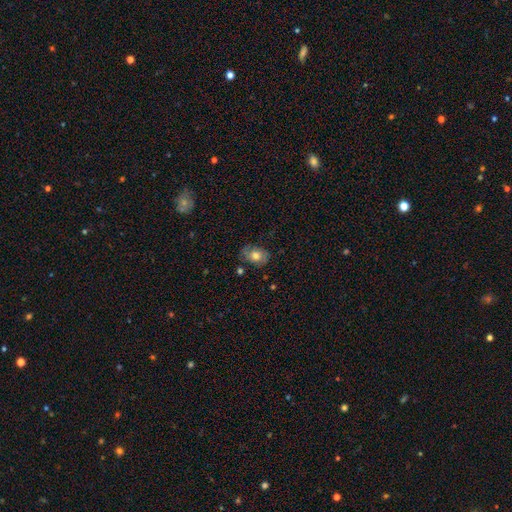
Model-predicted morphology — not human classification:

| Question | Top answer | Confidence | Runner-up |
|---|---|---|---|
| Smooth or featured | smooth | 57% | featured or disk (34%) |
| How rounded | in between | 61% | round (38%) |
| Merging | none | 71% | minor disturbance (21%) |